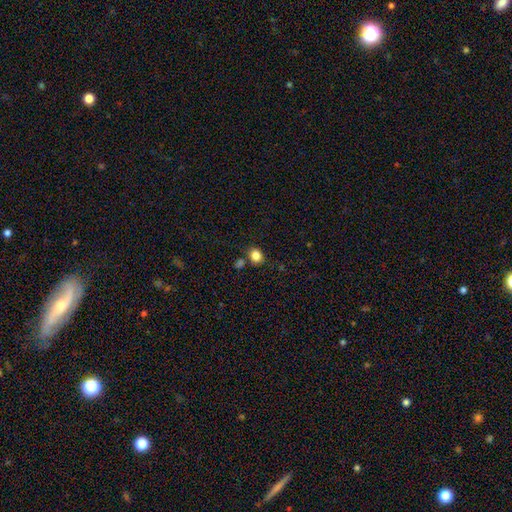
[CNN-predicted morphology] type=smooth (84%); roundness=round (59%); merging=none (74%).